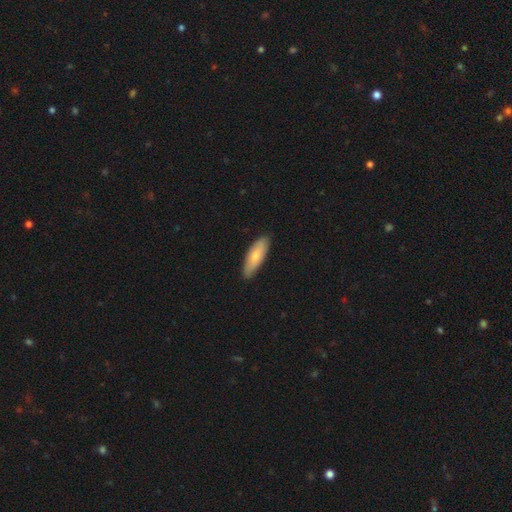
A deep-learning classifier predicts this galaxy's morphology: smooth-or-featured: smooth: 72% | featured or disk: 23% | star or artifact: 5%
  how-rounded: in between: 59% | cigar-shaped: 39% | round: 2%
  merging: none: 87% | minor disturbance: 11% | major disturbance: 2% | merger: 1%